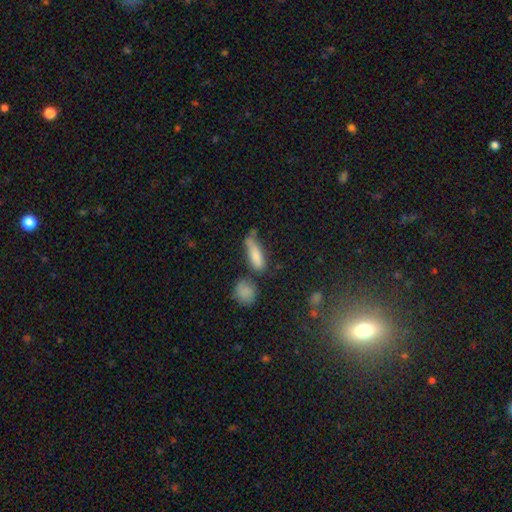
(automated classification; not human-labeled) Smooth or featured? Predicted: smooth (p=0.77). How rounded? Predicted: cigar-shaped (p=0.50). Merging? Predicted: none (p=0.49).